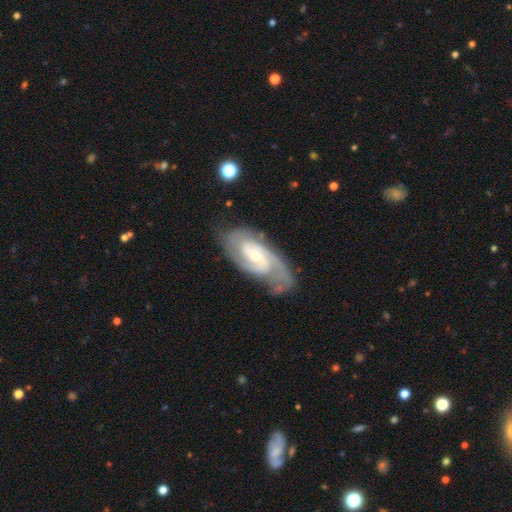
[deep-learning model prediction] Smooth or featured? featured or disk (89%)
Edge-on disk? no (95%)
Bar? no (43%, tied with weak)
Spiral arms? yes (97%)
Spiral winding? tight (49%)
Spiral arm count? 2 (69%)
Bulge size? small (57%)
Merging? none (68%)